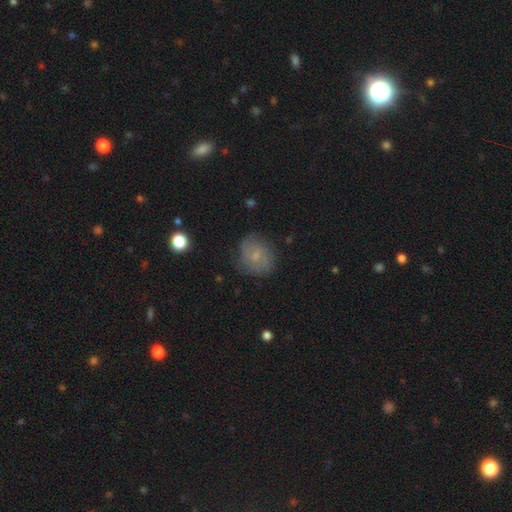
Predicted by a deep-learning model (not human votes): A smooth galaxy with no disk features (46%). Merging: none (70%).